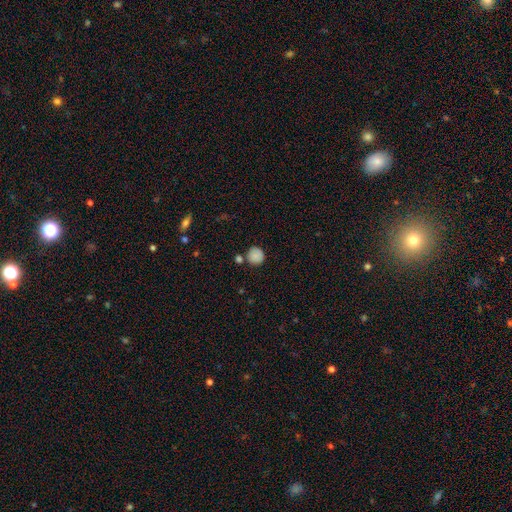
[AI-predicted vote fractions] Overall: smooth (84%). How rounded: round (91%). Merging: none (74%).